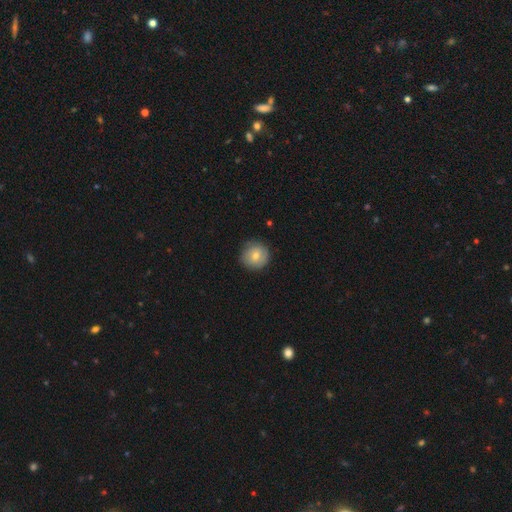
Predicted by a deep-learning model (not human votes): Morphology: type=smooth (69%); roundness=round (91%); merging=none (84%).